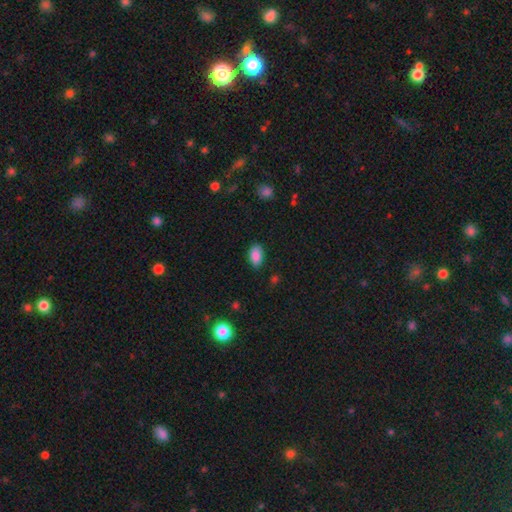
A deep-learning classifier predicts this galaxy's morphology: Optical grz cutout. It shows a smooth galaxy with no disk features (88%) that is in between round and cigar-shaped (90%). Merging: none (79%).